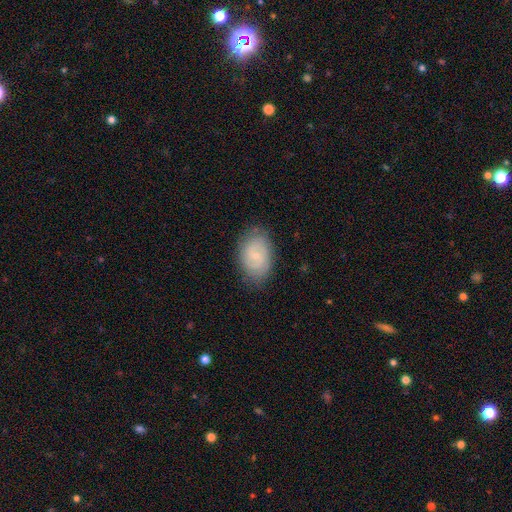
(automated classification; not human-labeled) featured or disk 53%, smooth 39%, star or artifact 8%. Down the decision tree: edge-on disk — no (96%); bar — no (51%); spiral arms — yes (82%); bulge size — small (75%); merging — none (81%).